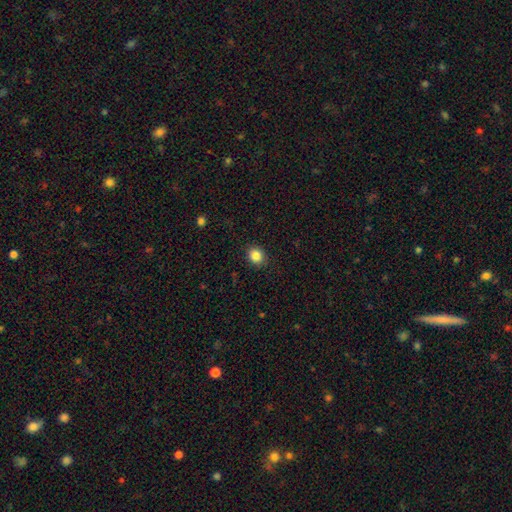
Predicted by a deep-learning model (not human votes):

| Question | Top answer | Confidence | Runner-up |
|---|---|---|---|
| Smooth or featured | smooth | 85% | star or artifact (10%) |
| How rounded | round | 77% | in between (22%) |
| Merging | none | 90% | minor disturbance (7%) |